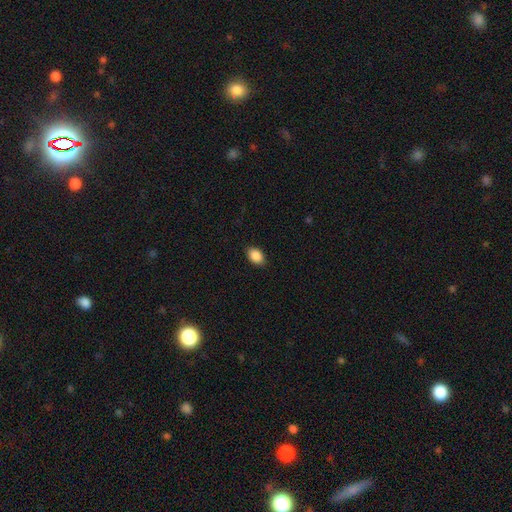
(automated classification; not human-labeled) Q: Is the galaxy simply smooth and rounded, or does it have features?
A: smooth — 89%.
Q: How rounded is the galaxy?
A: in between — 84%.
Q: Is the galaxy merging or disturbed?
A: none — 88%.